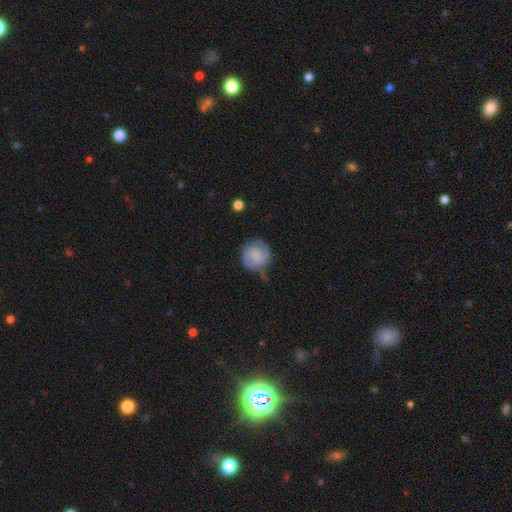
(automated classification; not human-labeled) smooth-or-featured: featured or disk: 61% | smooth: 32% | star or artifact: 7%
  disk-edge-on: no: 98% | yes: 2%
    bar: no: 64% | weak: 31% | strong: 6%
    has-spiral-arms: yes: 92% | no: 8%
      spiral-winding: tight: 46% | medium: 39% | loose: 15%
      spiral-arm-count: 2: 80% | can't tell: 9% | 1: 5% | 3: 3% | 4: 1% | more than 4: 1%
    bulge-size: none: 35% (tied) | small: 35% (tied) | moderate: 21% | large: 6% | dominant: 2%
  merging: none: 57% | minor disturbance: 28% | major disturbance: 11% | merger: 3%